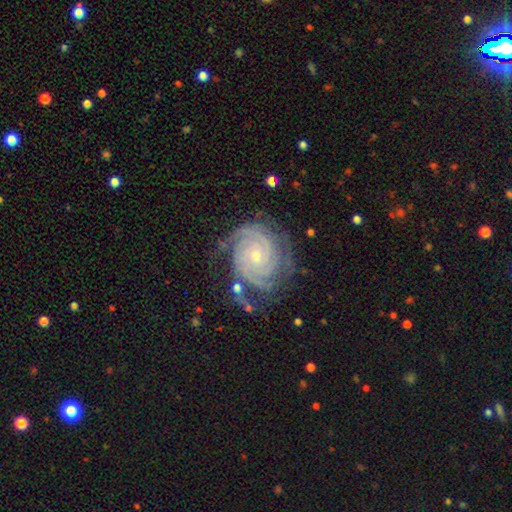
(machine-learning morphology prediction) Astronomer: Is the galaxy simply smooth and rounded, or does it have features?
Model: featured or disk — 91%.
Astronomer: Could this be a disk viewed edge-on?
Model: no — 98%.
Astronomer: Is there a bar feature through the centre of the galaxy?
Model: no — 73%.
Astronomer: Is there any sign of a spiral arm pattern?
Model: yes — 98%.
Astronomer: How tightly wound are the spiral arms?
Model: tight — 82%.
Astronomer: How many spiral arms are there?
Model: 3 — 29% (runner-up: 4, 22%).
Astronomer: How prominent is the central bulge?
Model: small — 69%.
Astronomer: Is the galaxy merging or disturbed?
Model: none — 70%.